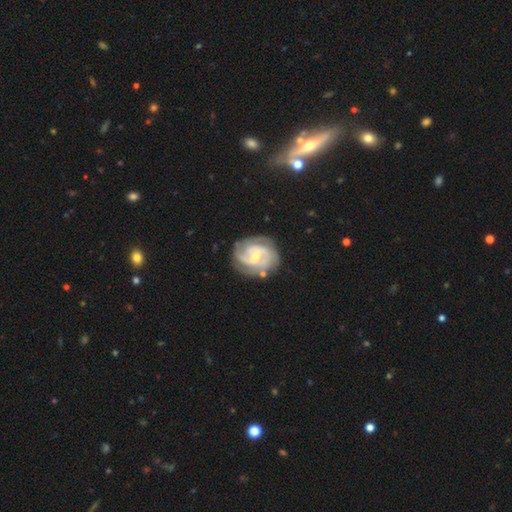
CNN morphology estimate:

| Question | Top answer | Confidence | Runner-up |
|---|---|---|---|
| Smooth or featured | featured or disk | 84% | smooth (11%) |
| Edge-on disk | no | 98% | yes (2%) |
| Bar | weak | 46% | no (42%) |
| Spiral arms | yes | 95% | no (5%) |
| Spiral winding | tight | 47% | medium (42%) |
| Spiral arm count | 2 | 49% | 3 (23%) |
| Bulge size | small | 62% | moderate (33%) |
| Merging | none | 72% | minor disturbance (18%) |